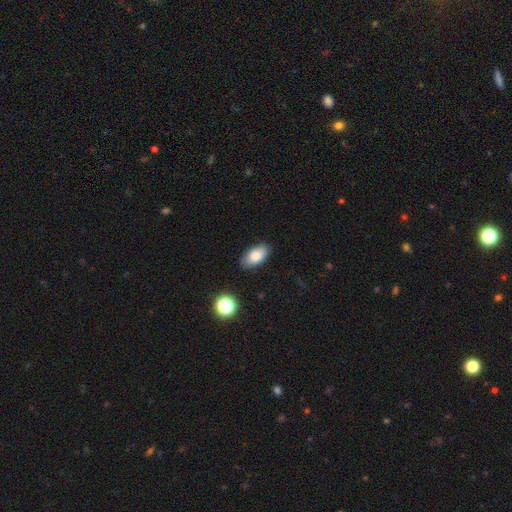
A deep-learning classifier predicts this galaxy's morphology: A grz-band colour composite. It shows a smooth galaxy with no disk features (82%) that is in between round and cigar-shaped (93%). Merging: none (85%).